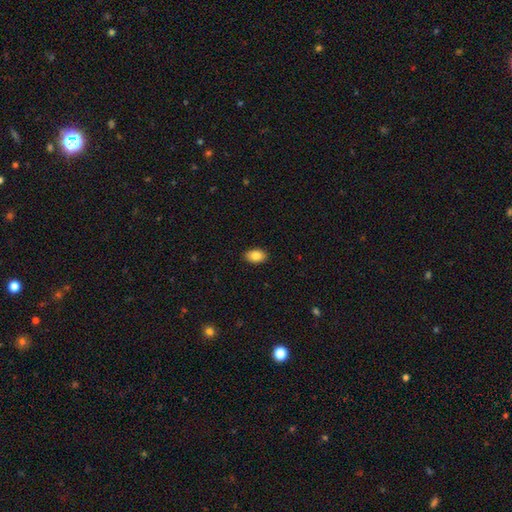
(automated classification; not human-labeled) Smooth or featured? Predicted: smooth (p=0.86). How rounded? Predicted: in between (p=0.91). Merging? Predicted: none (p=0.90).